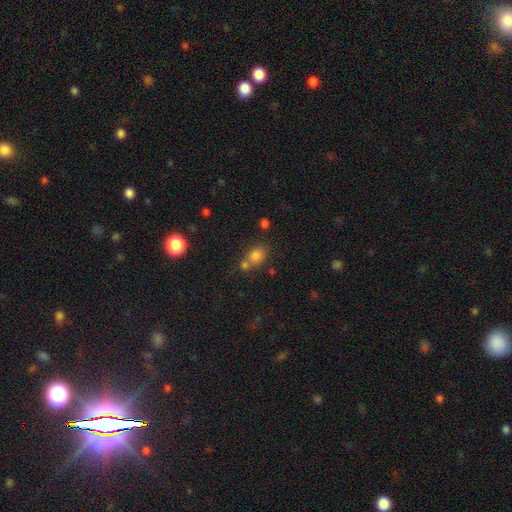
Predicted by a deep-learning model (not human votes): Smooth or featured? Predicted: smooth (p=0.77). How rounded? Predicted: round (p=0.50). Merging? Predicted: none (p=0.47).